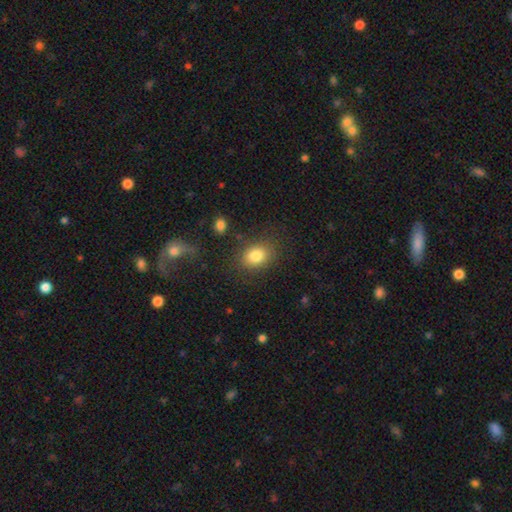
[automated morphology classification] Smooth or featured? Predicted: smooth (p=0.83). How rounded? Predicted: in between (p=0.59). Merging? Predicted: none (p=0.81).